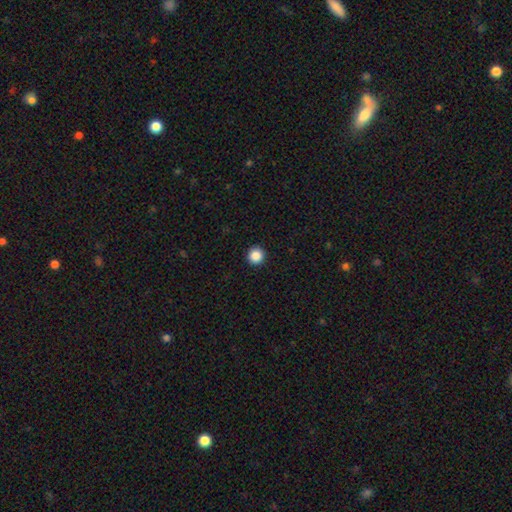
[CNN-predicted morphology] type=smooth (87%); roundness=round (96%); merging=none (94%).